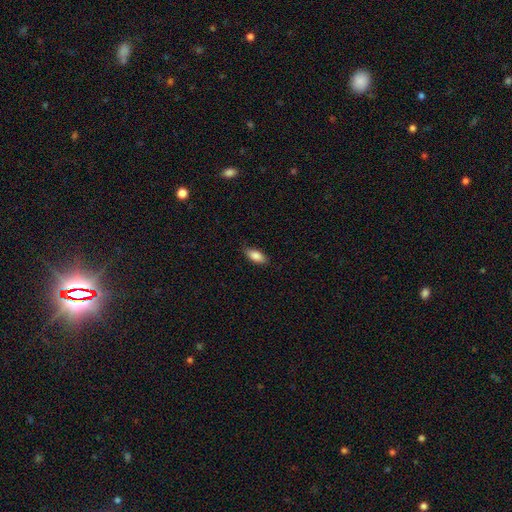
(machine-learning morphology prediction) Q: Smooth or featured?
A: smooth (86%); runner-up: featured or disk (7%)
Q: How rounded?
A: in between (86%); runner-up: cigar-shaped (12%)
Q: Merging?
A: none (83%); runner-up: minor disturbance (14%)